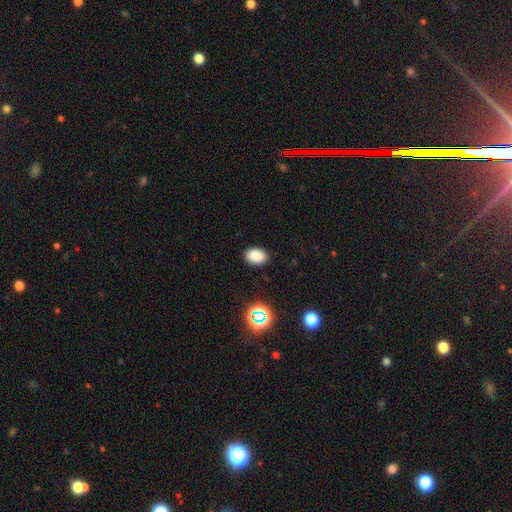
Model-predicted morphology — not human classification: The model was most divided on "how rounded": in between: 83%, round: 16%, cigar-shaped: 1%. More confident: merging — none (88%); smooth or featured — smooth (85%).